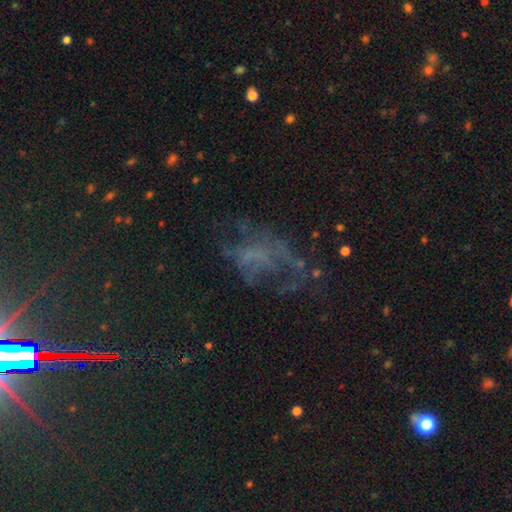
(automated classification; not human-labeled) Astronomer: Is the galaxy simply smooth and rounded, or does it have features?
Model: featured or disk — 51% (runner-up: star or artifact, 28%).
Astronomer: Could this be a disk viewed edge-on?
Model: no — 97%.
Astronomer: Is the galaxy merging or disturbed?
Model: major disturbance — 44% (runner-up: none, 35%).